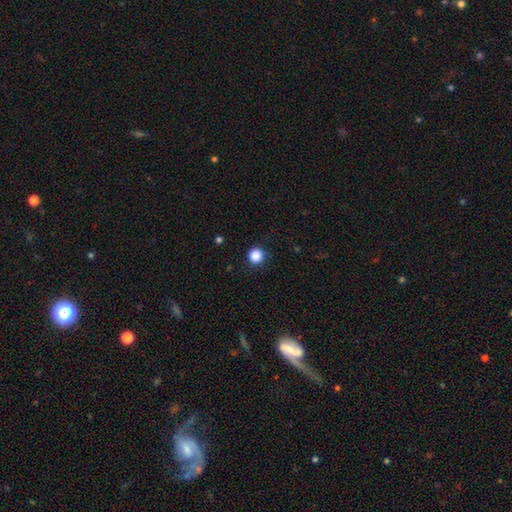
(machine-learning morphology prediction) type=smooth (87%); roundness=round (94%); merging=none (87%).